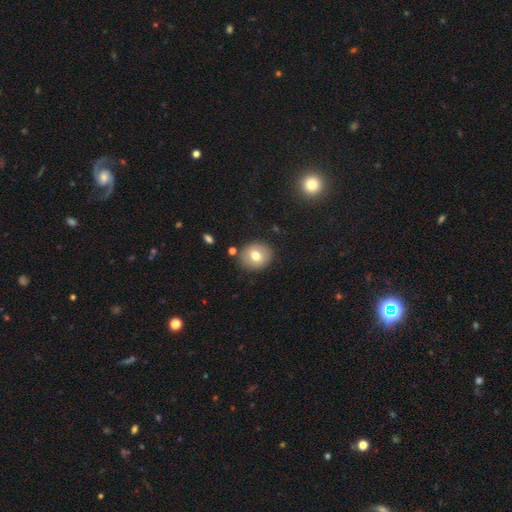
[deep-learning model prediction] smooth 71%, featured or disk 19%, star or artifact 10%. Down the decision tree: how rounded — round (79%); merging — none (85%).